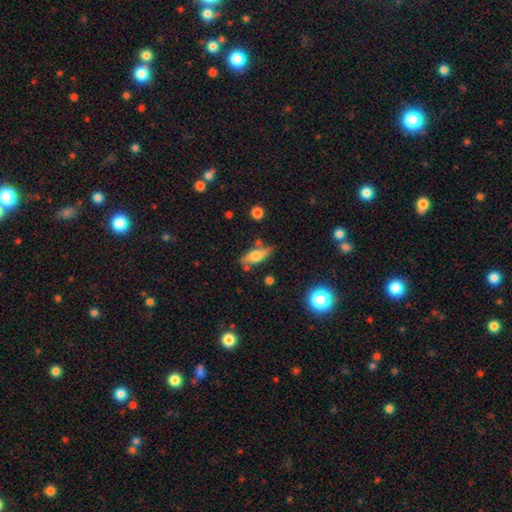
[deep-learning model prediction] This is likely a smooth galaxy (60%). How rounded: likely in between (66%). Merging: likely none (72%).